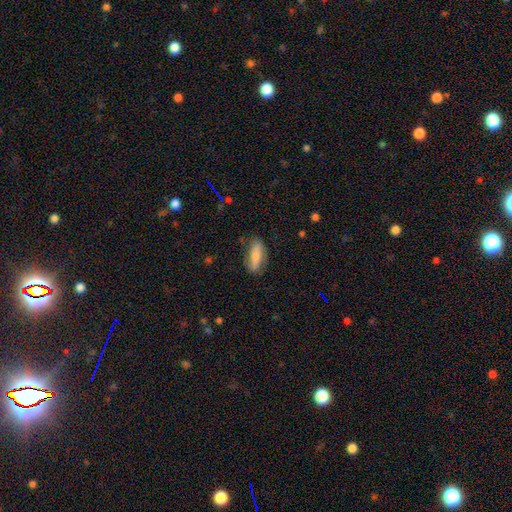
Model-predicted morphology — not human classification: Smooth or featured: smooth — 75% (featured or disk — 18%)
How rounded: in between — 60% (cigar-shaped — 38%)
Merging: none — 75% (minor disturbance — 18%)